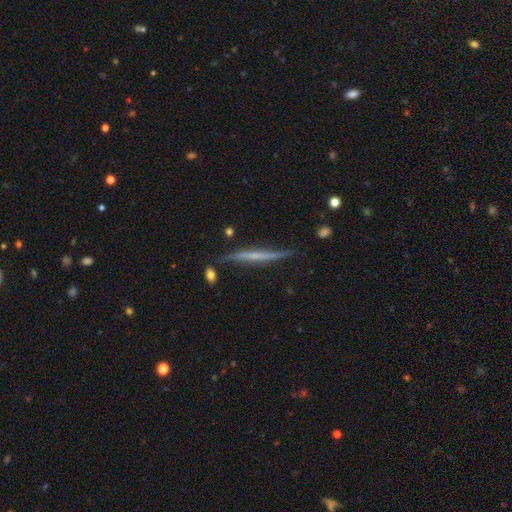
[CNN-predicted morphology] This appears to be a featured or disk galaxy (63%) viewed edge-on (96%) with no central bulge (73%). Merging: none (78%).